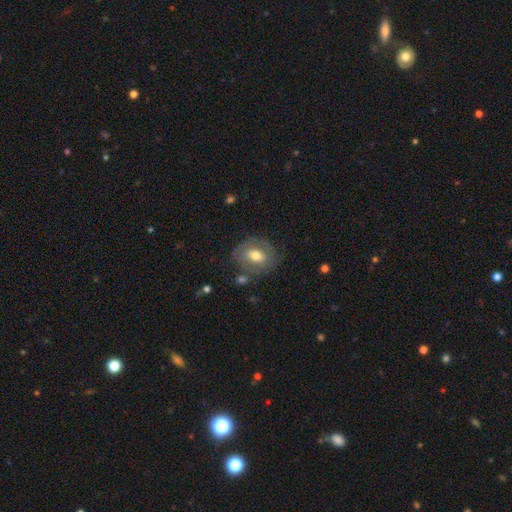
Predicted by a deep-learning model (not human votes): The model was most divided on "smooth or featured": smooth: 53%, featured or disk: 40%, star or artifact: 8%. More confident: merging — none (71%); how rounded — in between (58%).